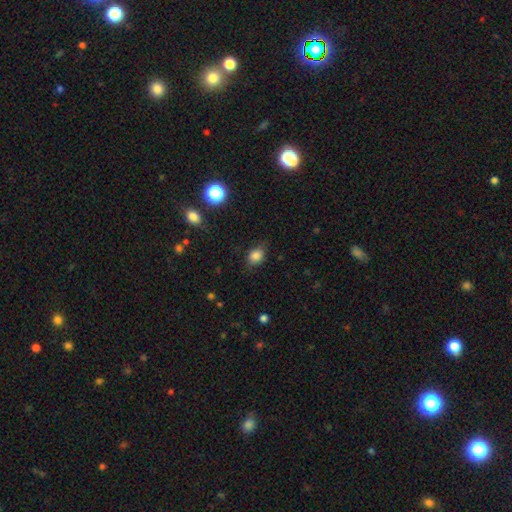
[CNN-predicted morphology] smooth-or-featured: smooth: 83% | star or artifact: 12% | featured or disk: 6%
  how-rounded: in between: 60% | round: 38% | cigar-shaped: 1%
  merging: none: 75% | minor disturbance: 18% | major disturbance: 5% | merger: 1%